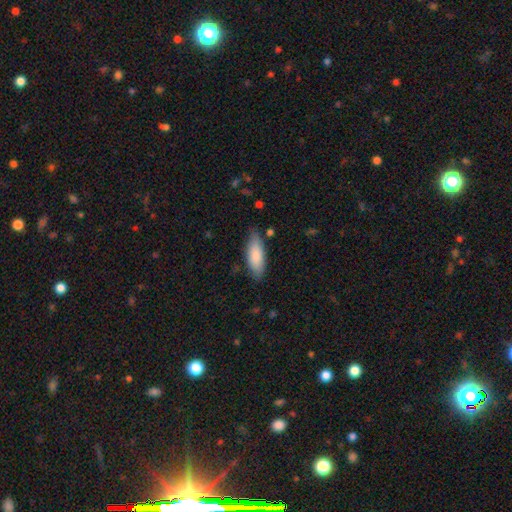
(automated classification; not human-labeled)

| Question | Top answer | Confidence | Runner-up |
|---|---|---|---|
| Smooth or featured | smooth | 84% | featured or disk (10%) |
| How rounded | in between | 70% | cigar-shaped (28%) |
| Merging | none | 77% | minor disturbance (18%) |